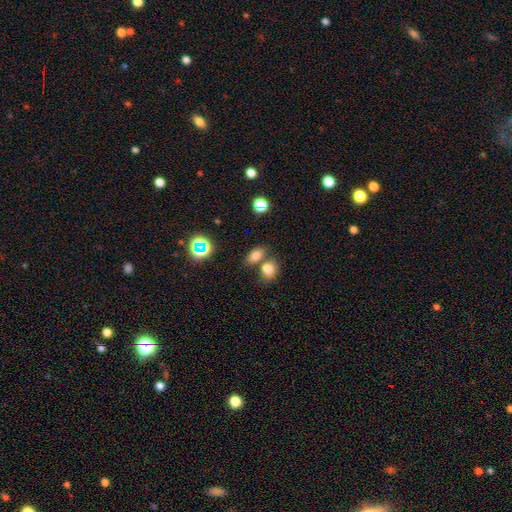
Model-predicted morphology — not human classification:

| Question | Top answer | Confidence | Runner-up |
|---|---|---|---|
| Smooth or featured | smooth | 75% | star or artifact (16%) |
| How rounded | in between | 79% | round (19%) |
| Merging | none | 51% | merger (34%) |